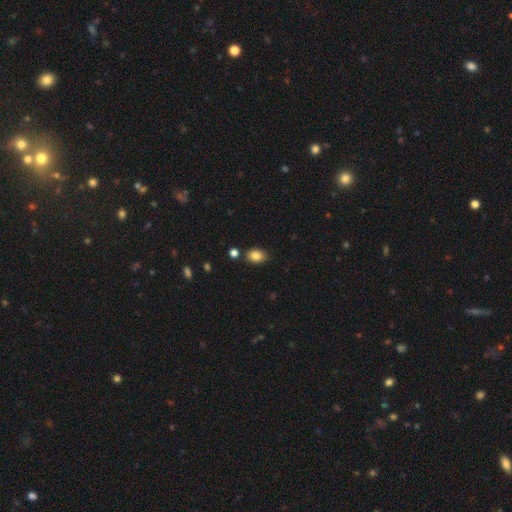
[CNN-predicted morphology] smooth-or-featured: smooth: 84% | star or artifact: 9% | featured or disk: 7%
  how-rounded: in between: 81% | round: 18% | cigar-shaped: 1%
  merging: none: 80% | minor disturbance: 12% | merger: 5% | major disturbance: 3%